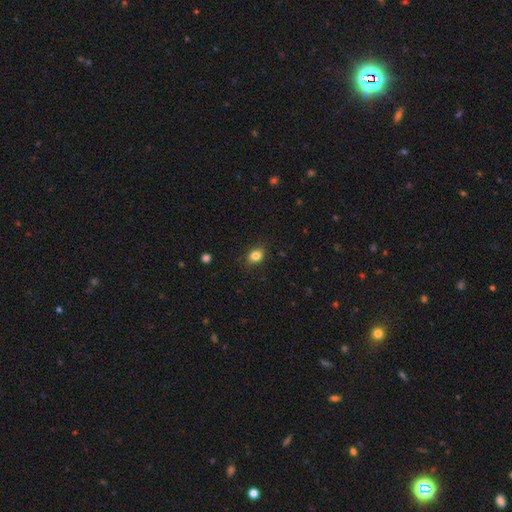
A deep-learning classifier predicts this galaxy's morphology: Smooth or featured: smooth — 82% (star or artifact — 11%)
How rounded: in between — 59% (round — 40%)
Merging: none — 83% (minor disturbance — 13%)